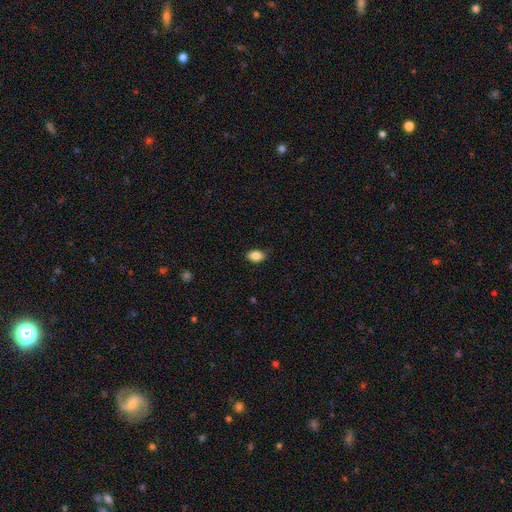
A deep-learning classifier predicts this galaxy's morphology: smooth 86%, star or artifact 8%, featured or disk 6%. Down the decision tree: how rounded — in between (85%); merging — none (83%).